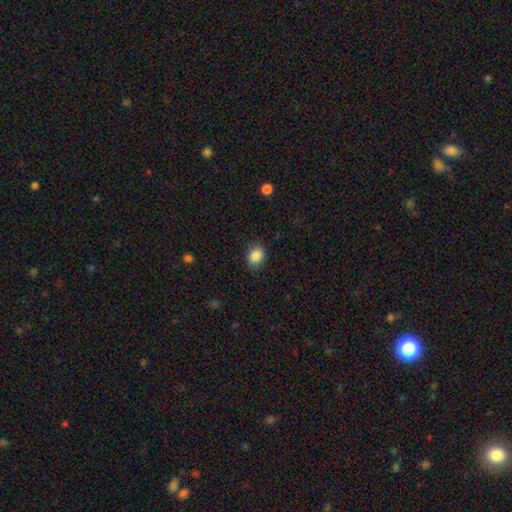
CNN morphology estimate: This is clearly a smooth galaxy (87%). How rounded: possibly round (54%). Merging: clearly none (87%).